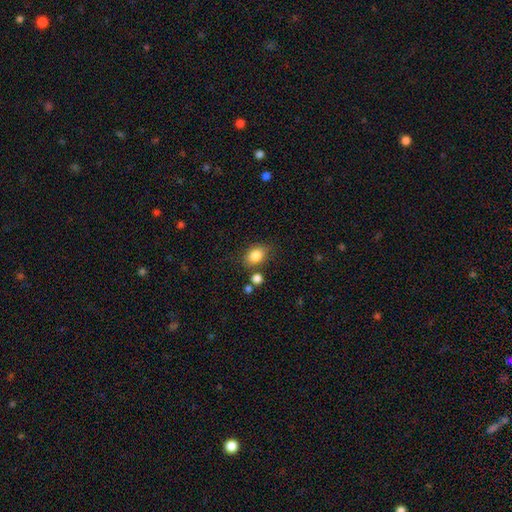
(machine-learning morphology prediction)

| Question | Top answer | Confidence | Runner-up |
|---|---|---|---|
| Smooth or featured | smooth | 84% | star or artifact (9%) |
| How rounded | in between | 70% | round (28%) |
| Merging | none | 74% | minor disturbance (14%) |